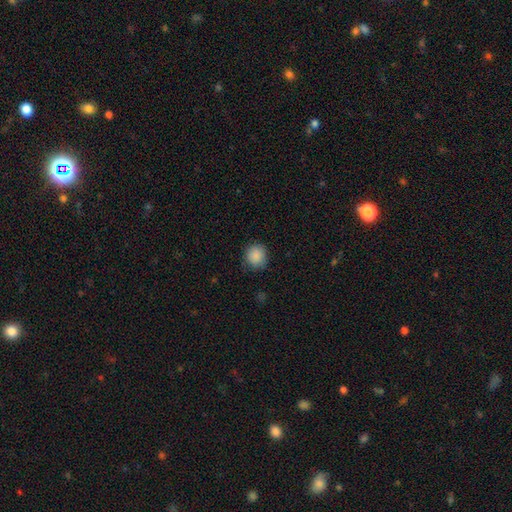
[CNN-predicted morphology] Smooth or featured: smooth — 88% (star or artifact — 8%)
How rounded: round — 86% (in between — 13%)
Merging: none — 83% (minor disturbance — 13%)